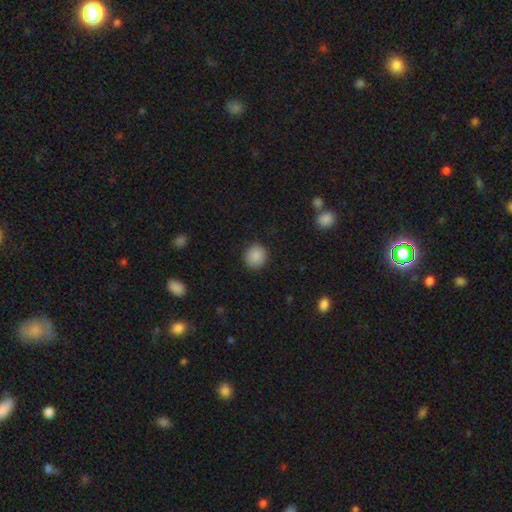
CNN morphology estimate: A smooth galaxy with no disk features (88%) that is round (90%).

Vote fractions:
- Smooth or featured? smooth: 88% / star or artifact: 9% / featured or disk: 3%
- How rounded? round: 90% / in between: 9% / cigar-shaped: 1%
- Merging? none: 90% / minor disturbance: 6% / major disturbance: 2% / merger: 1%